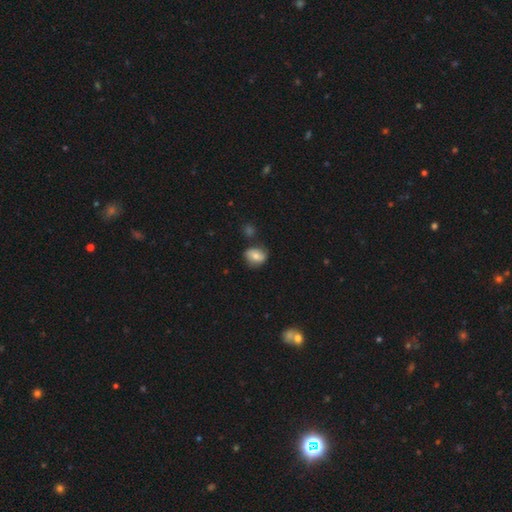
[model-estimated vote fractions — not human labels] Q: Smooth or featured?
A: smooth (67%); runner-up: featured or disk (24%)
Q: How rounded?
A: round (50%); runner-up: in between (49%)
Q: Merging?
A: none (71%); runner-up: minor disturbance (19%)